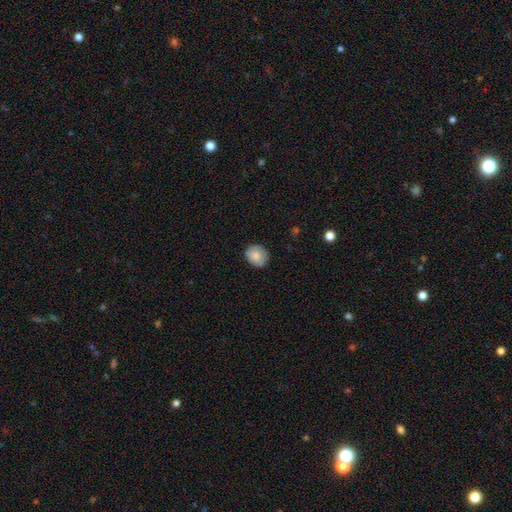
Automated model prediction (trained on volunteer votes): A smooth galaxy with no disk features (82%) that is round (65%). Merging: none (80%).